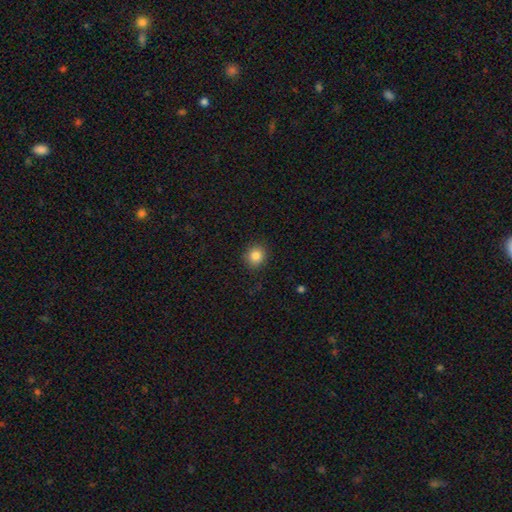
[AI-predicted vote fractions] Smooth or featured? smooth (84%)
How rounded? round (80%)
Merging? none (89%)